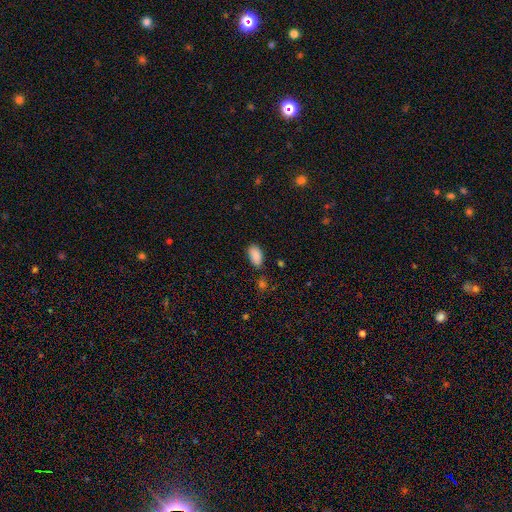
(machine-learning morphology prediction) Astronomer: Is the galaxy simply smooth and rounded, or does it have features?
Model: smooth — 88%.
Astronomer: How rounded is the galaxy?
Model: in between — 93%.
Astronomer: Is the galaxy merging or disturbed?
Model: none — 73%.